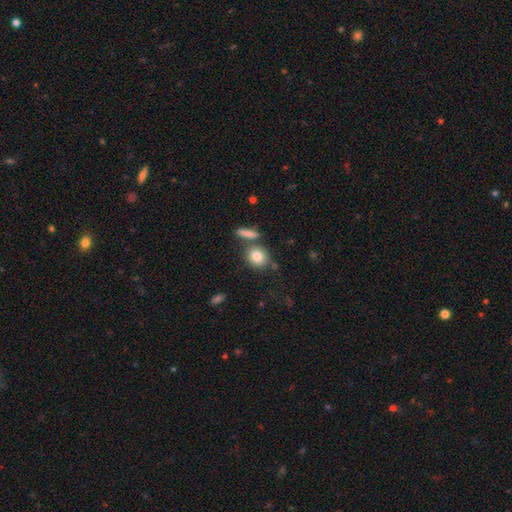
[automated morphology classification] smooth 83%, featured or disk 9%, star or artifact 8%. Down the decision tree: how rounded — round (71%); merging — none (67%).